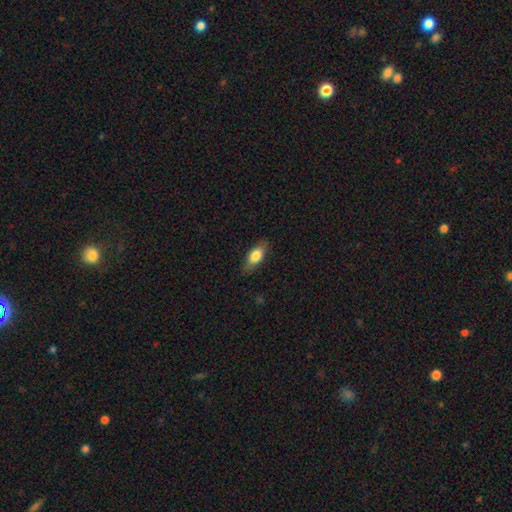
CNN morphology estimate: A smooth galaxy with no disk features (76%) that is in between round and cigar-shaped (78%).

Vote fractions:
- Smooth or featured? smooth: 76% / featured or disk: 18% / star or artifact: 7%
- How rounded? in between: 78% / cigar-shaped: 18% / round: 4%
- Merging? none: 82% / minor disturbance: 13% / major disturbance: 3% / merger: 1%